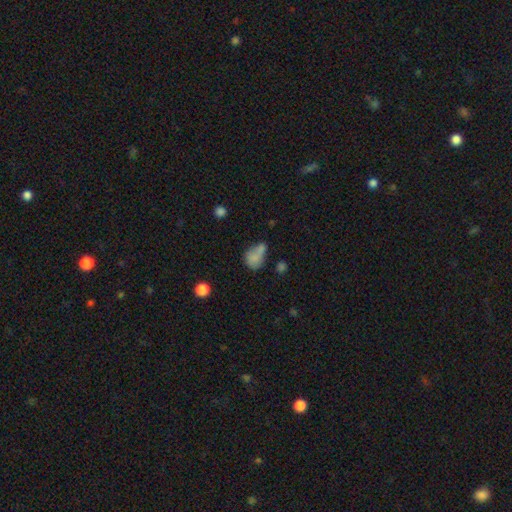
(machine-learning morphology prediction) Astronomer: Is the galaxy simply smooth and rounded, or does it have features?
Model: smooth — 72%.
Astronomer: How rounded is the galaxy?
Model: in between — 68%.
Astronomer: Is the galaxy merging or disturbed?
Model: merger — 34% (runner-up: none, 29%).